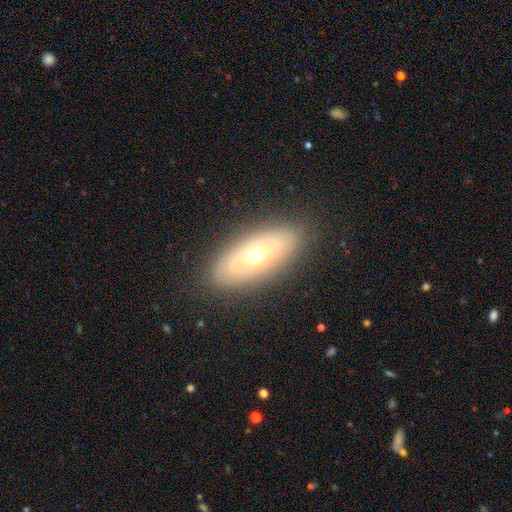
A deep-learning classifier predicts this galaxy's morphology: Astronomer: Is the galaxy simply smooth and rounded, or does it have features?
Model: smooth — 47% (runner-up: featured or disk, 45%).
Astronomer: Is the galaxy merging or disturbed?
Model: none — 86%.